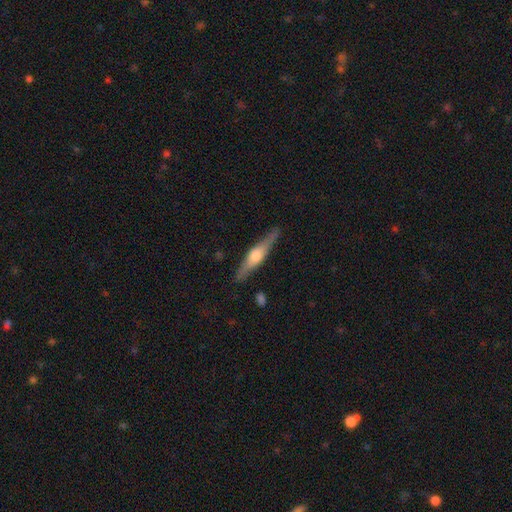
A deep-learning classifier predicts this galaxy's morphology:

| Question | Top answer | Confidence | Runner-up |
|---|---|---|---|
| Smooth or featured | featured or disk | 68% | smooth (27%) |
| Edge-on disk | yes | 96% | no (4%) |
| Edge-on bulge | rounded | 89% | boxy (8%) |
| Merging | none | 87% | minor disturbance (10%) |